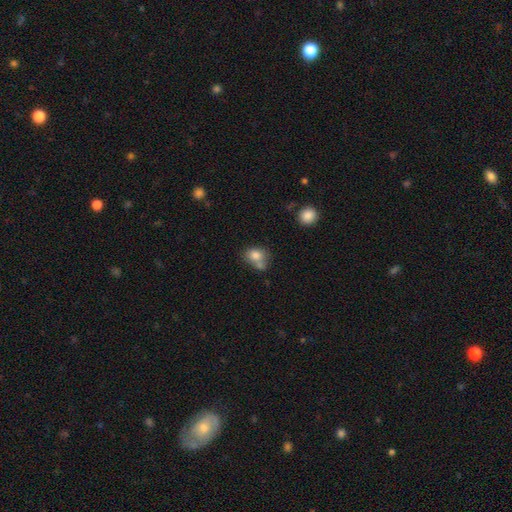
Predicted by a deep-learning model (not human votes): Overall: smooth (80%). How rounded: round (51%; in between 48%). Merging: none (43%; merger 37%).